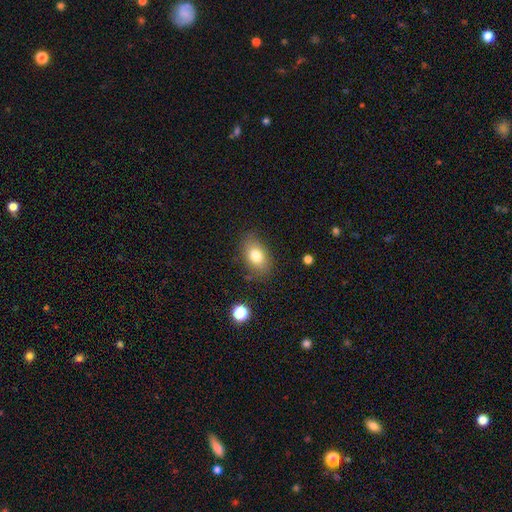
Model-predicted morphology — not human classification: This is likely a smooth galaxy (78%). How rounded: clearly in between (84%). Merging: clearly none (81%).